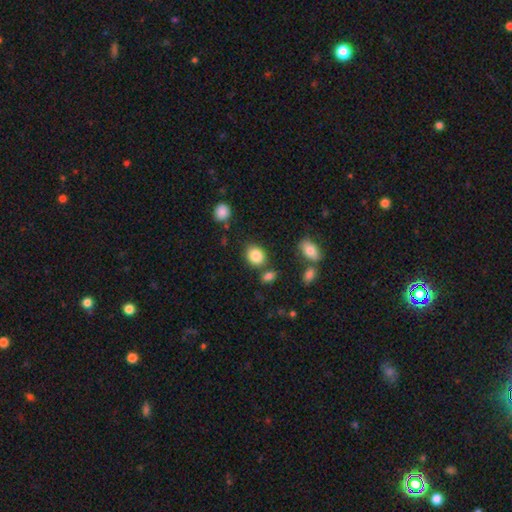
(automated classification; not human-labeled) This is clearly a smooth galaxy (85%). How rounded: possibly round (57%). Merging: likely none (77%).